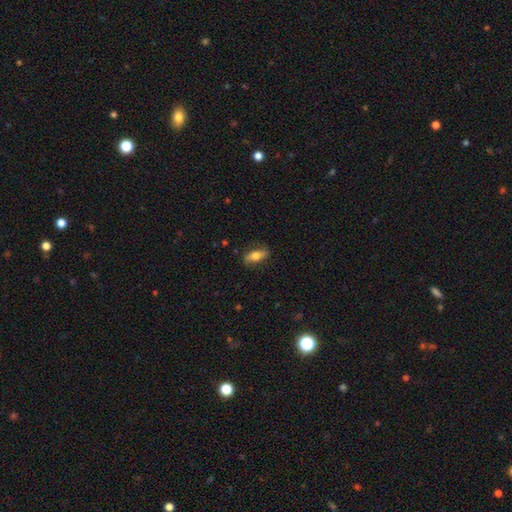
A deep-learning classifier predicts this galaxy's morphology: A smooth galaxy with no disk features (63%) that is in between round and cigar-shaped (74%).

Vote fractions:
- Smooth or featured? smooth: 63% / featured or disk: 30% / star or artifact: 7%
- How rounded? in between: 74% / cigar-shaped: 21% / round: 5%
- Merging? none: 79% / minor disturbance: 15% / major disturbance: 4% / merger: 1%